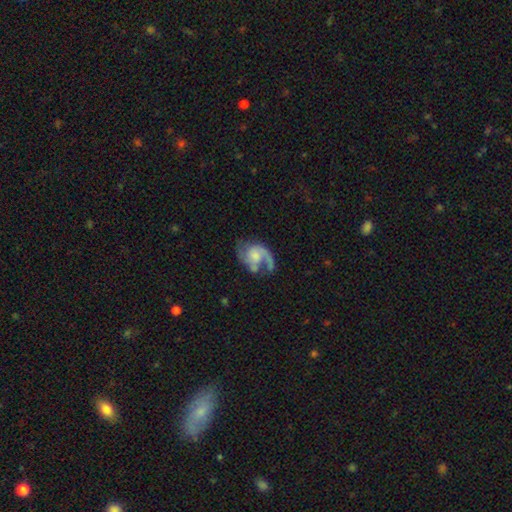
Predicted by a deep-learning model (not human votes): Overall: featured or disk (80%). Edge-on disk: no (98%). Bar: no (62%; weak 32%). Spiral arms: yes (93%). Spiral arm count: 2 (68%). Spiral winding: medium (46%; loose 38%). Bulge size: moderate (35%; small 29%). Merging: none (47%; major disturbance 24%).